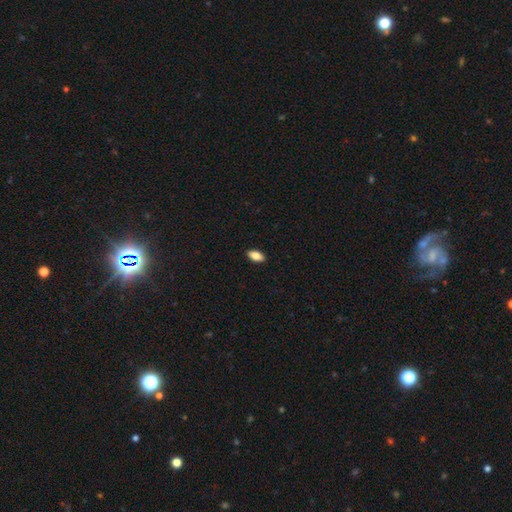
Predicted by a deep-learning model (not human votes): Overall: smooth (82%). How rounded: in between (89%). Merging: none (90%).